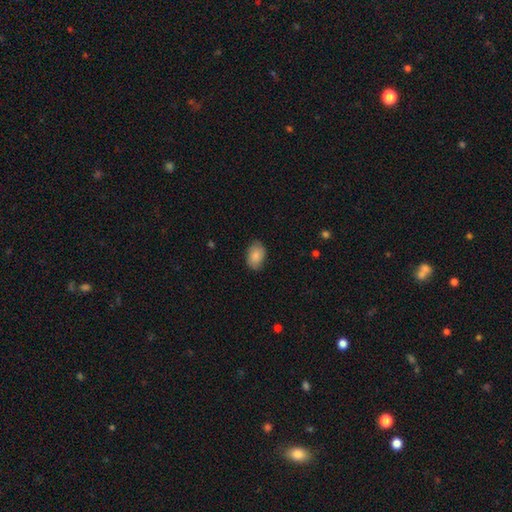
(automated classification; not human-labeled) smooth-or-featured: smooth: 83% | featured or disk: 11% | star or artifact: 7%
  how-rounded: in between: 86% | round: 13% | cigar-shaped: 1%
  merging: none: 80% | minor disturbance: 16% | major disturbance: 3% | merger: 1%